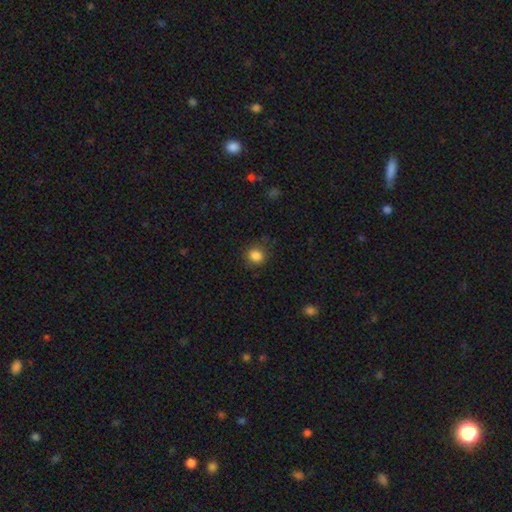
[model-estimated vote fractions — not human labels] The model was most divided on "how rounded": round: 86%, in between: 13%, cigar-shaped: 1%. More confident: merging — none (85%); smooth or featured — smooth (85%).